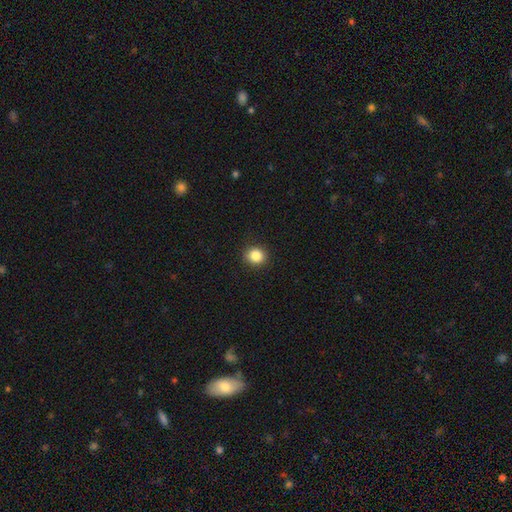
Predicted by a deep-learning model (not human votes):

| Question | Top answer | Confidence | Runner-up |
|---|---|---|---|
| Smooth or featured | smooth | 85% | star or artifact (11%) |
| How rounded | round | 87% | in between (12%) |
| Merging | none | 91% | minor disturbance (6%) |